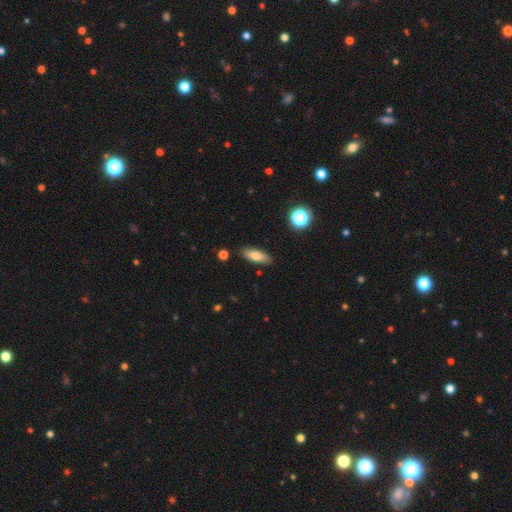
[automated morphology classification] smooth 72%, featured or disk 19%, star or artifact 8%. Down the decision tree: how rounded — in between (64%); merging — none (88%).